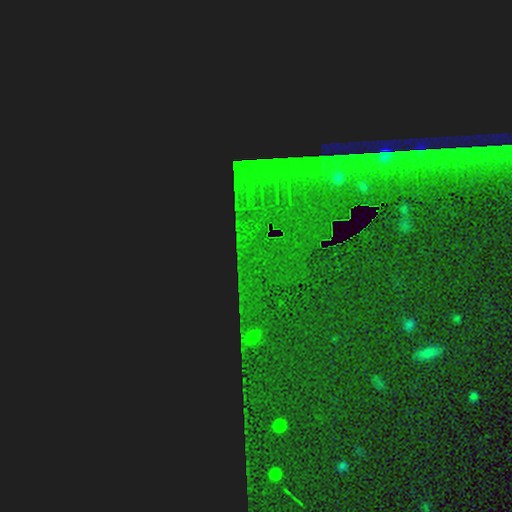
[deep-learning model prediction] Morphology: type=star or artifact (86%).